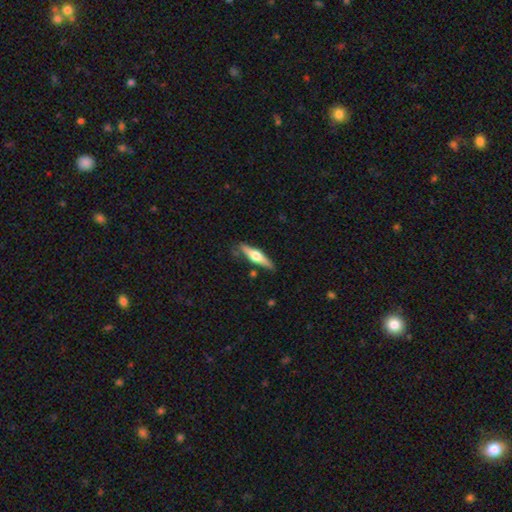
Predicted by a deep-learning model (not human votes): A featured or disk galaxy (63%) viewed edge-on (96%) with a rounded central bulge (94%). Merging: none (84%).